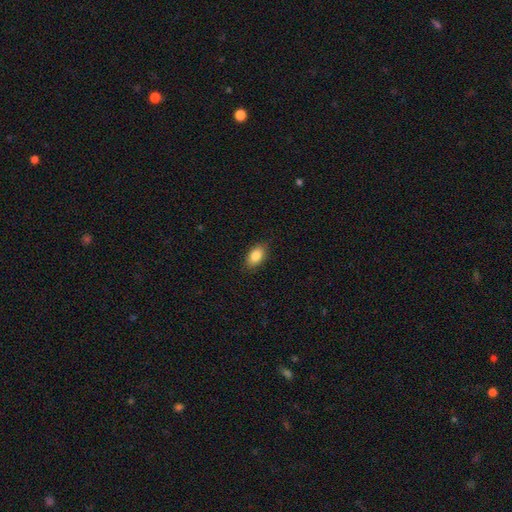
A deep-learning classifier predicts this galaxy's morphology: A smooth galaxy with no disk features (86%) that is in between round and cigar-shaped (91%).

Vote fractions:
- Smooth or featured? smooth: 86% / star or artifact: 7% / featured or disk: 7%
- How rounded? in between: 91% / round: 7% / cigar-shaped: 3%
- Merging? none: 86% / minor disturbance: 10% / major disturbance: 2% / merger: 1%